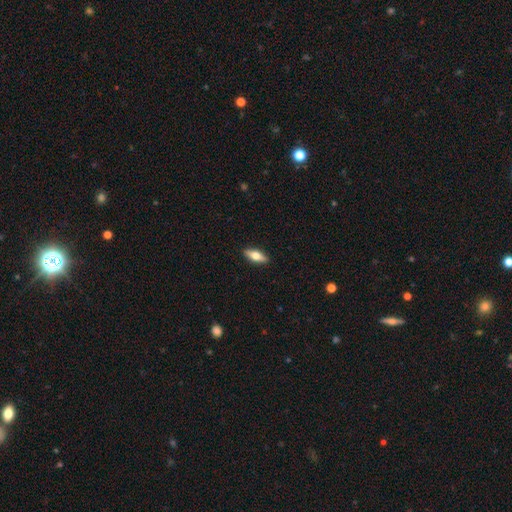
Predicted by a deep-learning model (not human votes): A smooth galaxy with no disk features (56%) that is in between round and cigar-shaped (62%).

Vote fractions:
- Smooth or featured? smooth: 56% / featured or disk: 38% / star or artifact: 6%
- How rounded? in between: 62% / cigar-shaped: 34% / round: 3%
- Merging? none: 90% / minor disturbance: 7% / major disturbance: 2% / merger: 1%